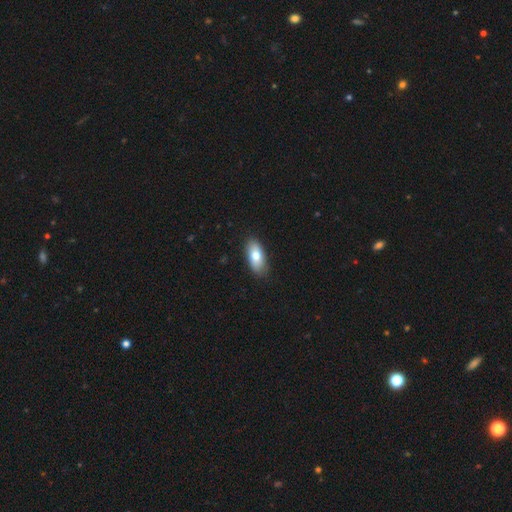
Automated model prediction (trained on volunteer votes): Smooth or featured? smooth (79%)
How rounded? in between (87%)
Merging? none (86%)